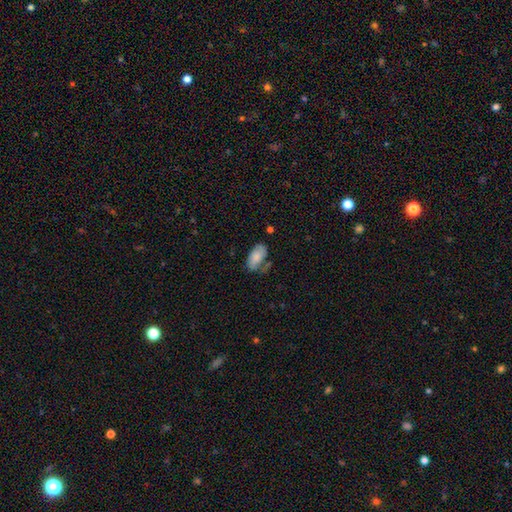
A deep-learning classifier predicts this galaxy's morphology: This is likely a smooth galaxy (76%). How rounded: clearly in between (93%). Merging: possibly none (53%).